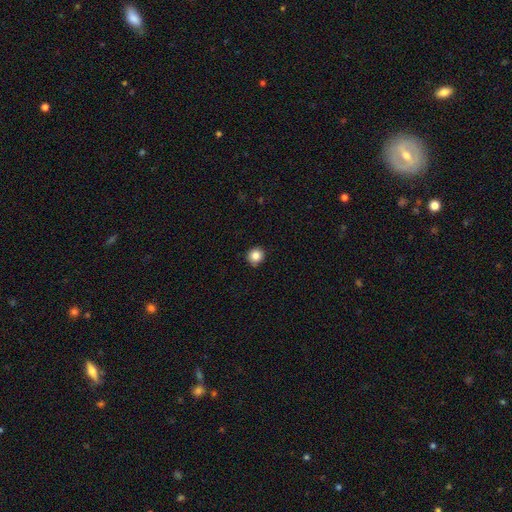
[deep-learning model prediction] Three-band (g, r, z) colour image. It shows a smooth galaxy with no disk features (84%) that is round (92%). Merging: none (90%).